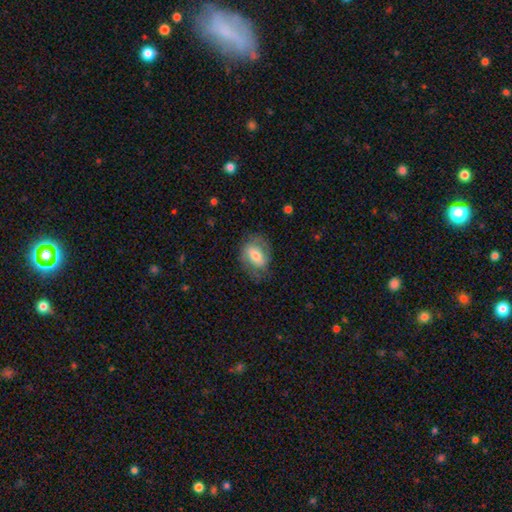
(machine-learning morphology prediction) type=smooth (58%); roundness=in between (74%); merging=none (66%).